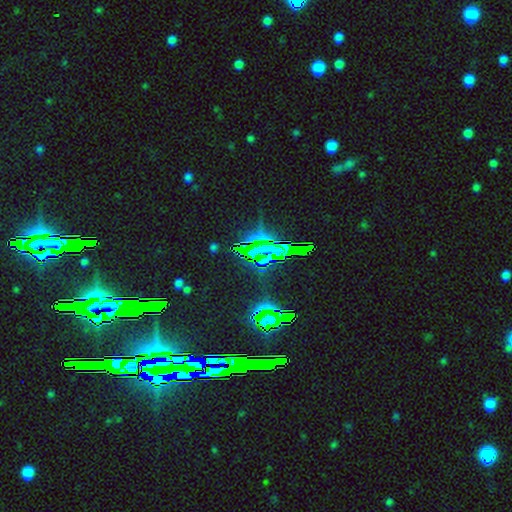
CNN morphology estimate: star or artifact 83%, featured or disk 9%, smooth 8%.